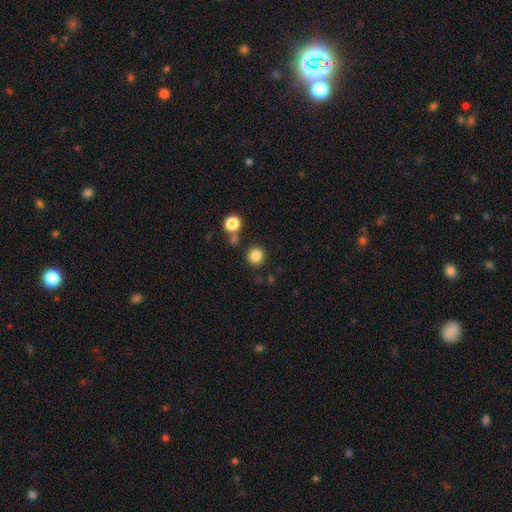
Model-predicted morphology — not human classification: type=smooth (84%); roundness=round (93%); merging=none (84%).